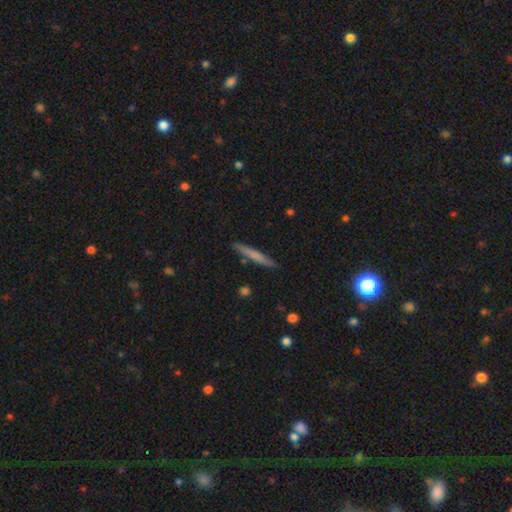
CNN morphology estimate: This appears to be a smooth galaxy with no disk features (59%) that is cigar-shaped (95%). Merging: none (86%).